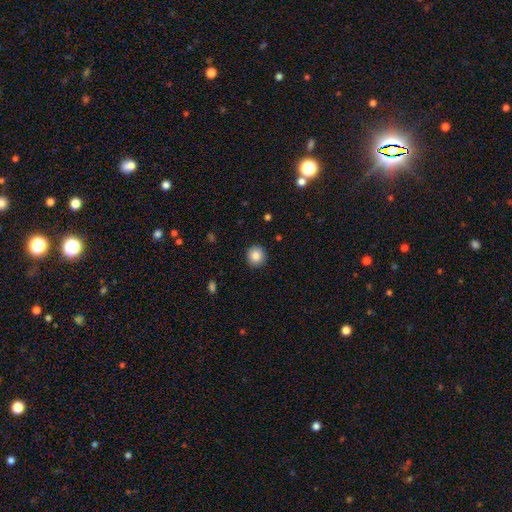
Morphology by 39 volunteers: Smooth or featured? 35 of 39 (90%) said smooth. How rounded? 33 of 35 (94%) said round. Merging? 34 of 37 (92%) said none.